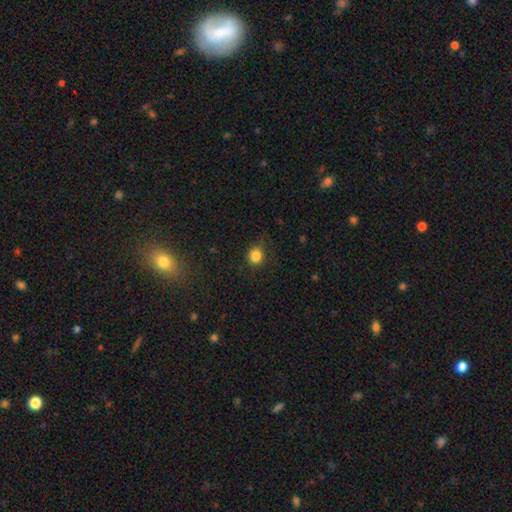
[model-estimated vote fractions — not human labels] Smooth or featured? smooth (83%)
How rounded? round (85%)
Merging? none (80%)